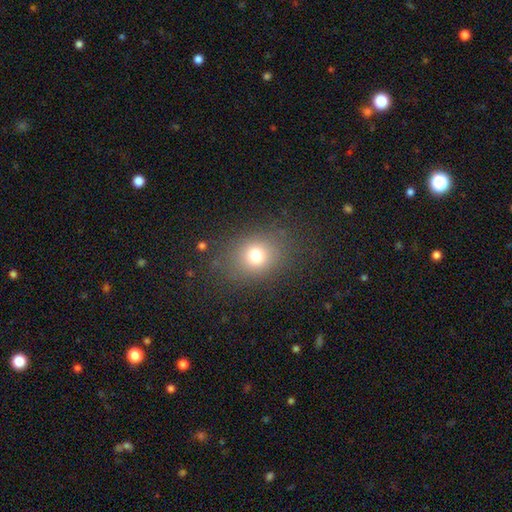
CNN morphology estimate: This is likely a smooth galaxy (75%). How rounded: possibly round (59%). Merging: clearly none (81%).